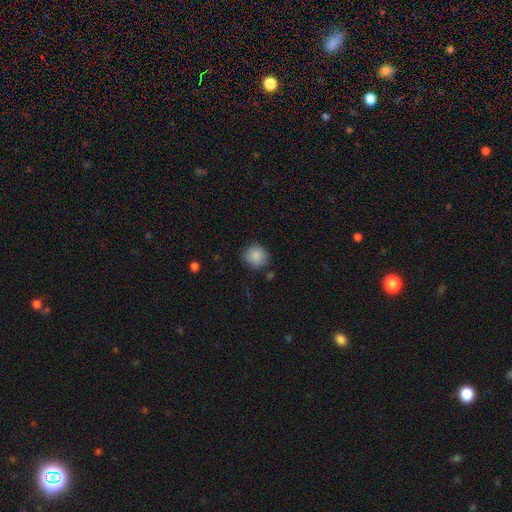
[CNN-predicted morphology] This appears to be a smooth galaxy with no disk features (87%) that is round (85%). Merging: none (84%).